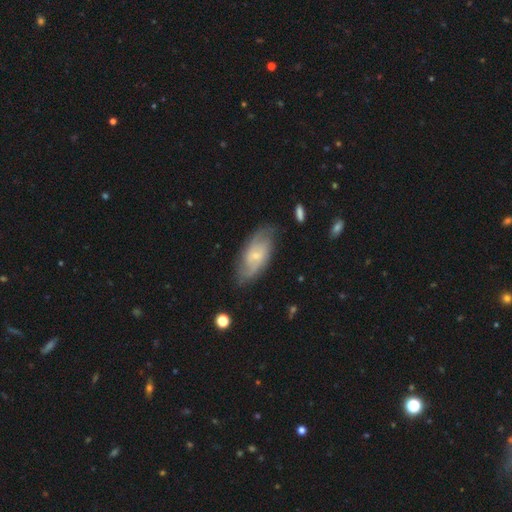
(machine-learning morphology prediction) Smooth or featured? Predicted: featured or disk (p=0.70). Edge-on disk? Predicted: no (p=0.93). Bar? Predicted: no (p=0.47). Spiral arms? Predicted: yes (p=0.91). Spiral winding? Predicted: medium (p=0.44). Spiral arm count? Predicted: 2 (p=0.59). Bulge size? Predicted: small (p=0.68). Merging? Predicted: none (p=0.75).